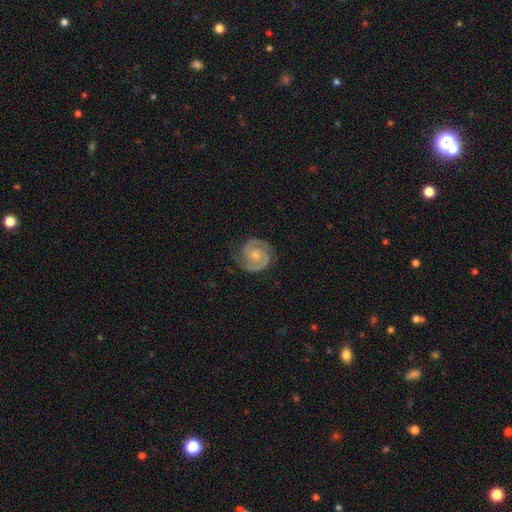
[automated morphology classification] Smooth or featured? featured or disk (84%)
Edge-on disk? no (98%)
Bar? no (59%)
Spiral arms? yes (97%)
Spiral winding? tight (59%)
Spiral arm count? 2 (83%)
Bulge size? moderate (42%)
Merging? none (74%)